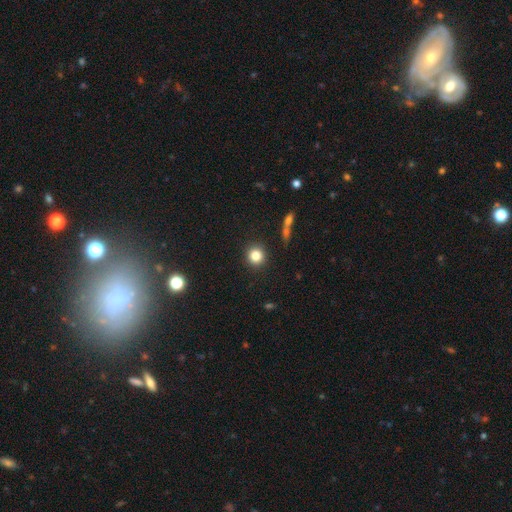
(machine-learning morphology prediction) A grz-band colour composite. It shows a smooth galaxy with no disk features (83%) that is round (91%). Merging: none (90%).